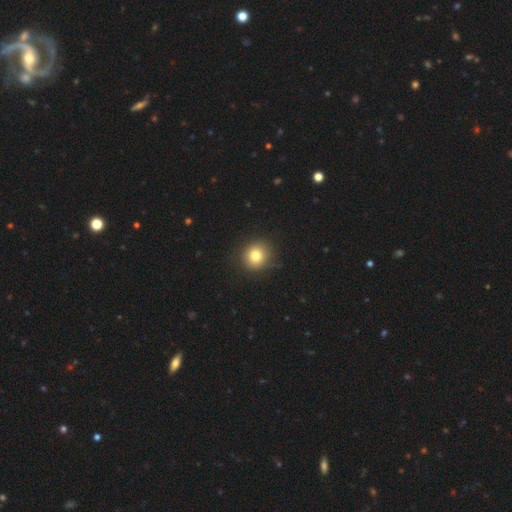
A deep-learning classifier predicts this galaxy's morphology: Overall: smooth (80%). How rounded: round (88%). Merging: none (86%).